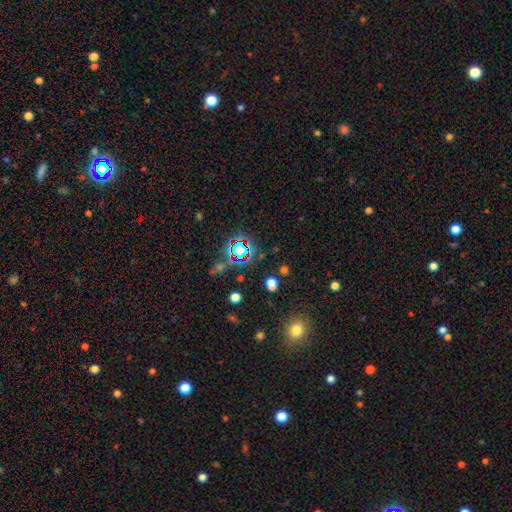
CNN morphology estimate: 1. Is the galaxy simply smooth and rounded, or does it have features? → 75% star or artifact, 15% smooth, 10% featured or disk.